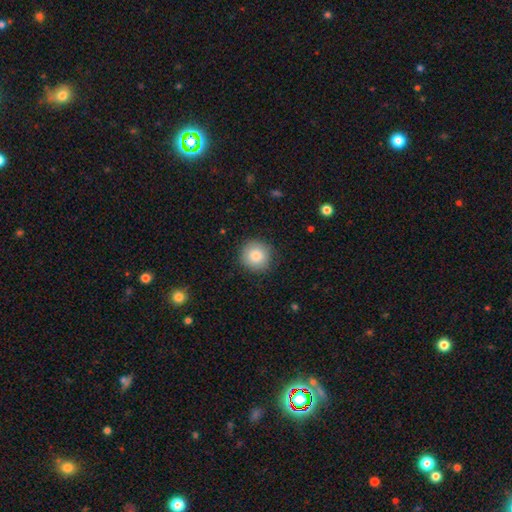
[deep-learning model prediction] Smooth or featured?
  - smooth: 84% *
  - star or artifact: 8%
  - featured or disk: 8%
How rounded?
  - round: 94% *
  - in between: 5%
  - cigar-shaped: 1%
Merging?
  - none: 88% *
  - minor disturbance: 8%
  - major disturbance: 2%
  - merger: 1%